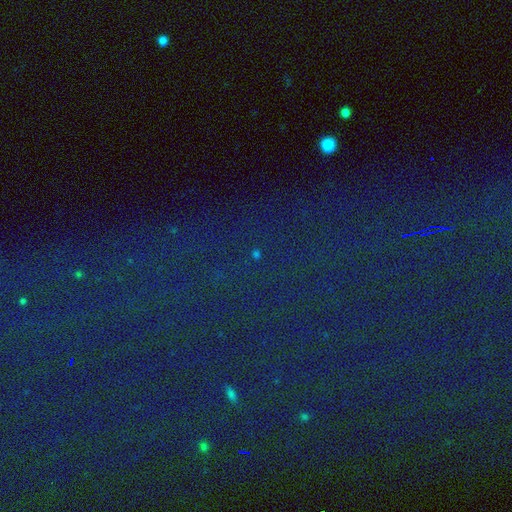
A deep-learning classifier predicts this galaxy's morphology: Smooth or featured?
  - star or artifact: 81% *
  - smooth: 10%
  - featured or disk: 9%